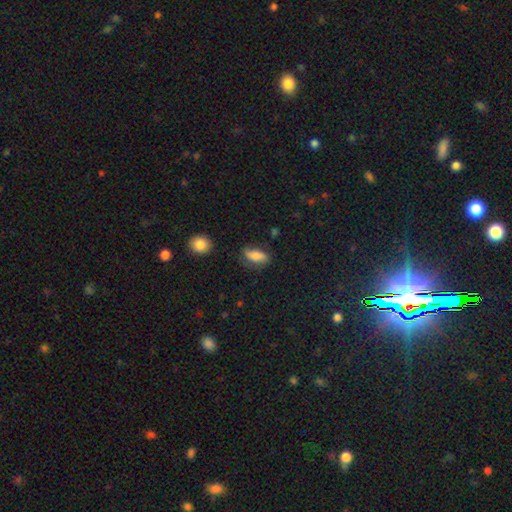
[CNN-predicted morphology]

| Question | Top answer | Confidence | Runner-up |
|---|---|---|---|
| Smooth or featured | smooth | 74% | featured or disk (18%) |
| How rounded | in between | 84% | cigar-shaped (12%) |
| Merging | none | 69% | minor disturbance (23%) |